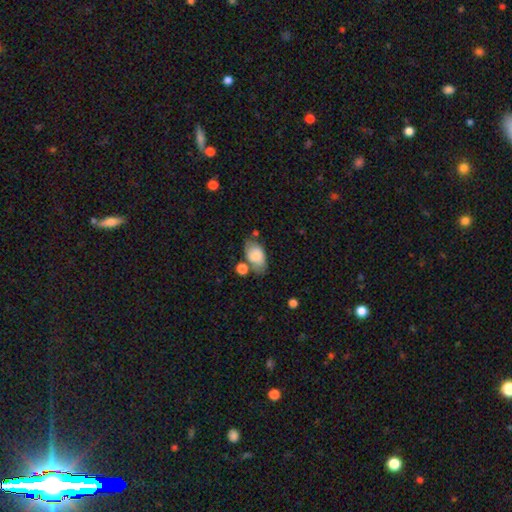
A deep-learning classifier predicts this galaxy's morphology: Smooth or featured? Predicted: smooth (p=0.77). How rounded? Predicted: in between (p=0.89). Merging? Predicted: none (p=0.48).